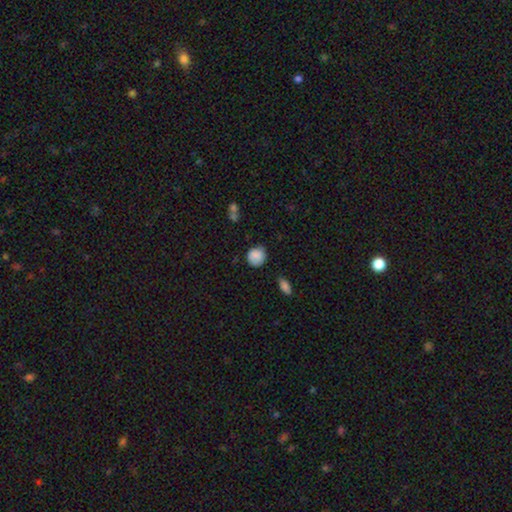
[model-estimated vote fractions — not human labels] A smooth galaxy with no disk features (85%) that is round (83%). Merging: none (76%).